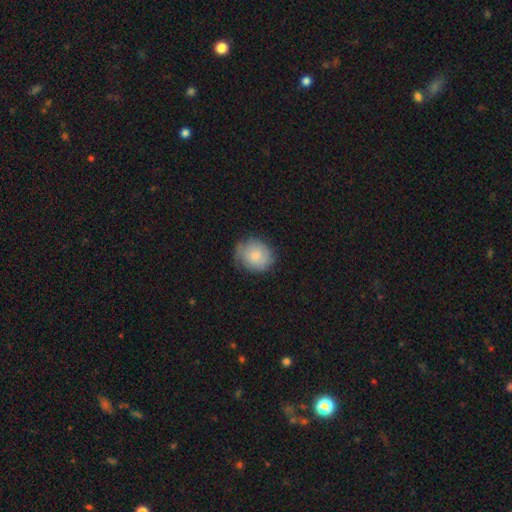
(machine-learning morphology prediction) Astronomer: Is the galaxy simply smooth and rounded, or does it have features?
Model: smooth — 67%.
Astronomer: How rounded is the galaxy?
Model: round — 79%.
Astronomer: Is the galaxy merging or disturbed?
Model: none — 68%.